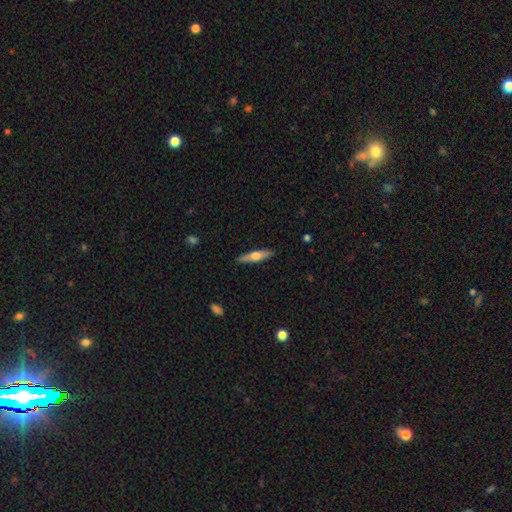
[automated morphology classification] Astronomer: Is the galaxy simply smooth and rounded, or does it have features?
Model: smooth — 48% (runner-up: featured or disk, 46%).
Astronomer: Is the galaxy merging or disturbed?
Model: none — 89%.